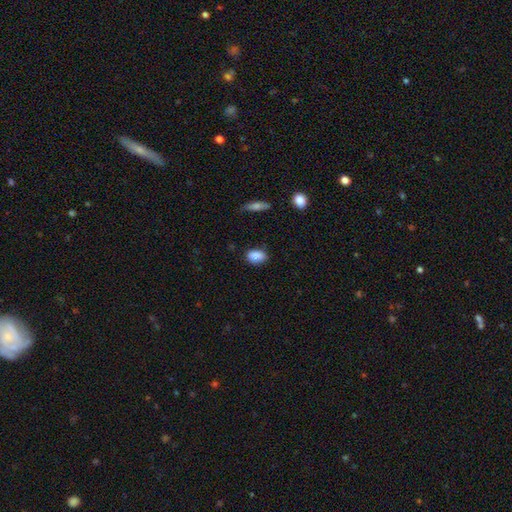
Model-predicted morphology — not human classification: type=smooth (87%); roundness=in between (85%); merging=none (74%).